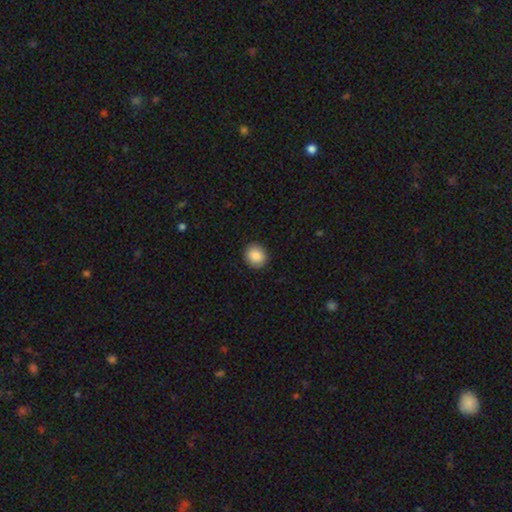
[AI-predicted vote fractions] Smooth or featured? smooth (87%)
How rounded? round (82%)
Merging? none (91%)